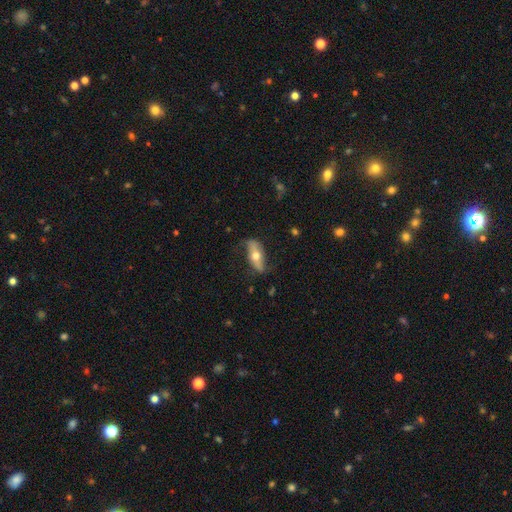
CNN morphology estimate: Smooth or featured: featured or disk — 51% (smooth — 43%)
Edge-on disk: no — 62% (yes — 38%)
Merging: none — 70% (minor disturbance — 21%)